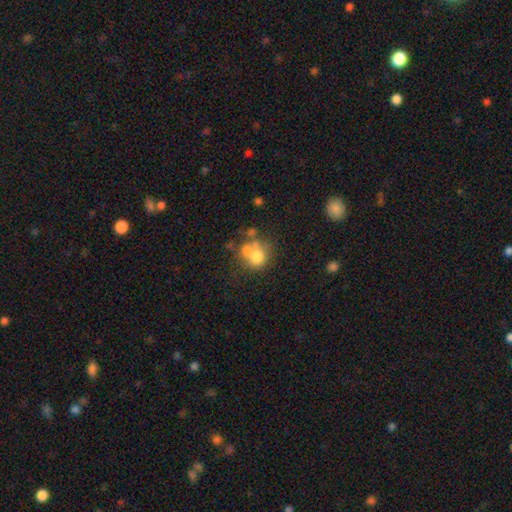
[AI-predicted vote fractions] The model was most divided on "merging": merger: 45%, none: 36%, minor disturbance: 11%, major disturbance: 8%. More confident: how rounded — round (74%); smooth or featured — smooth (64%).